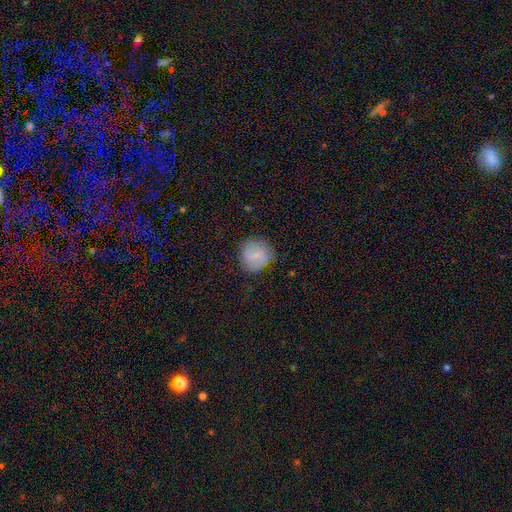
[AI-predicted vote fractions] Smooth or featured? smooth (55%)
How rounded? round (88%)
Merging? none (77%)